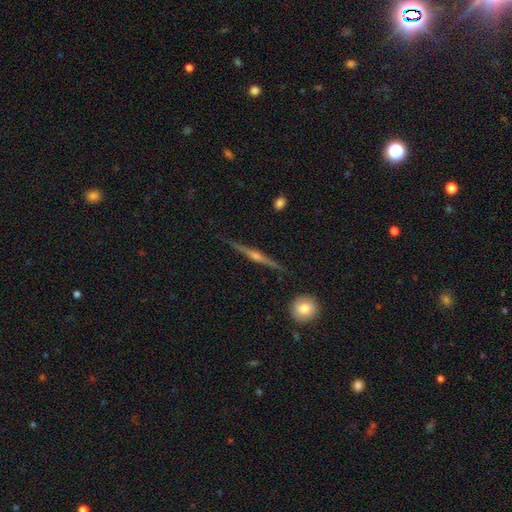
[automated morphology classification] Smooth or featured: featured or disk — 83% (smooth — 11%)
Edge-on disk: yes — 98% (no — 2%)
Edge-on bulge: rounded — 89% (boxy — 6%)
Merging: none — 89% (minor disturbance — 8%)